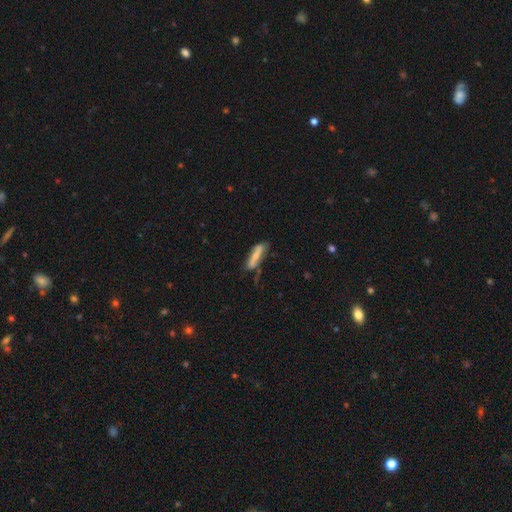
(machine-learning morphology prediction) This is possibly a smooth galaxy (60%). How rounded: likely cigar-shaped (71%). Merging: possibly none (55%).